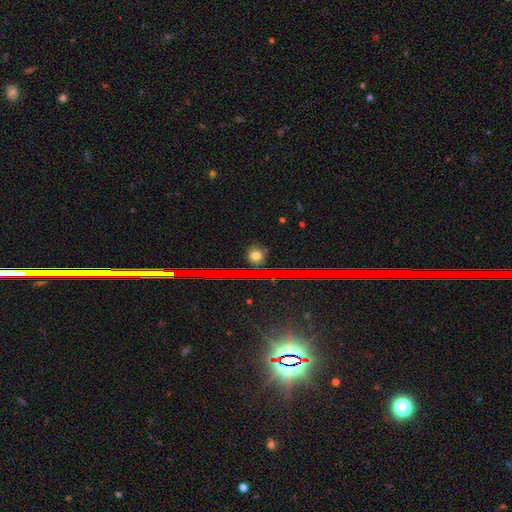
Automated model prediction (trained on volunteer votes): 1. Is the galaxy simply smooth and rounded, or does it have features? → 63% smooth, 28% star or artifact, 10% featured or disk.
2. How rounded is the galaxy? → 82% round, 14% in between, 3% cigar-shaped.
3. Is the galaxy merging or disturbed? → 86% none, 8% minor disturbance, 3% major disturbance, 3% merger.